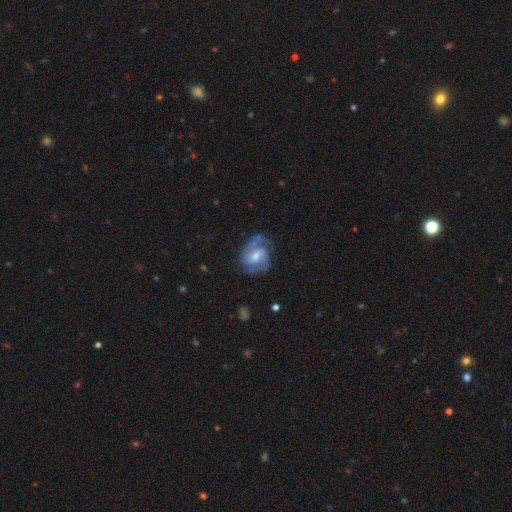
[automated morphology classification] Overall: featured or disk (82%). Edge-on disk: no (98%). Bar: weak (55%; no 26%). Spiral arms: yes (95%). Spiral arm count: 2 (74%). Spiral winding: medium (51%; tight 35%). Bulge size: moderate (52%; small 33%). Merging: none (65%).